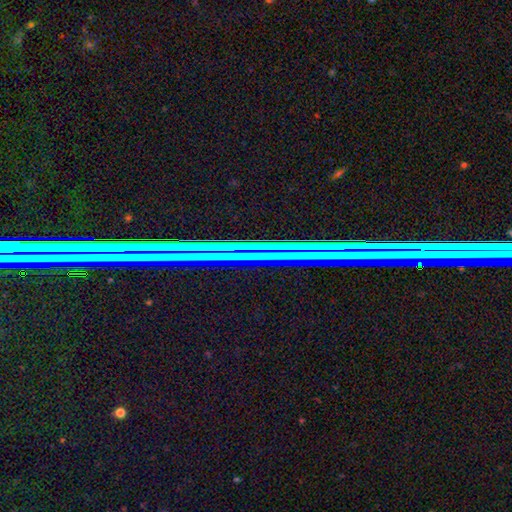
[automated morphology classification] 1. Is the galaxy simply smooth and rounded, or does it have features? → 74% star or artifact, 17% featured or disk, 9% smooth.